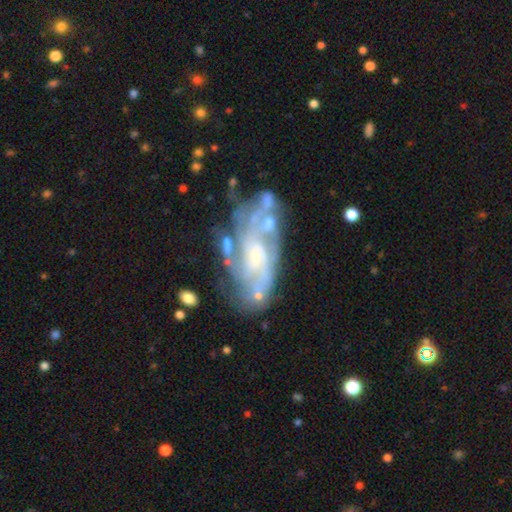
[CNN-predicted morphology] Q: Smooth or featured?
A: featured or disk (83%); runner-up: smooth (10%)
Q: Edge-on disk?
A: no (94%); runner-up: yes (6%)
Q: Bar?
A: no (67%); runner-up: weak (27%)
Q: Spiral arms?
A: yes (87%); runner-up: no (13%)
Q: Spiral winding?
A: tight (51%); runner-up: medium (36%)
Q: Spiral arm count?
A: can't tell (43%); runner-up: 4 (15%)
Q: Bulge size?
A: small (65%); runner-up: moderate (25%)
Q: Merging?
A: none (60%); runner-up: minor disturbance (20%)